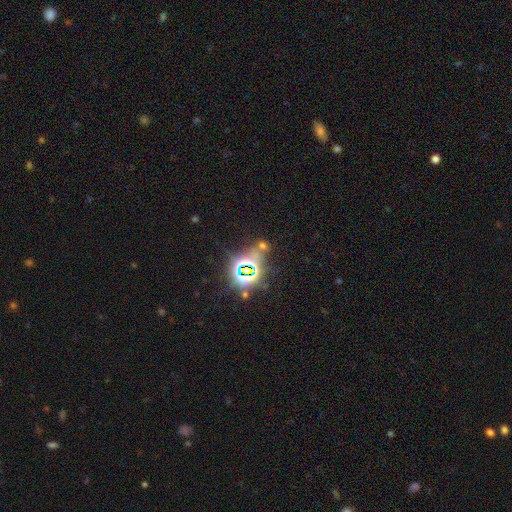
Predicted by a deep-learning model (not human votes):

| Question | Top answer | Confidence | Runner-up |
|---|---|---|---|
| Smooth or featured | star or artifact | 79% | smooth (12%) |